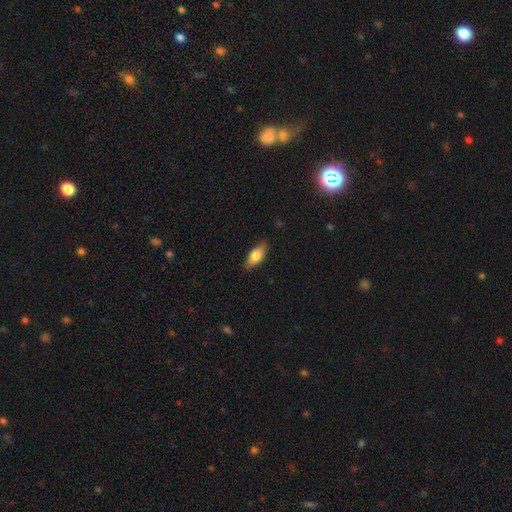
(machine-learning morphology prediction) A smooth galaxy with no disk features (77%) that is in between round and cigar-shaped (83%). Merging: none (84%).